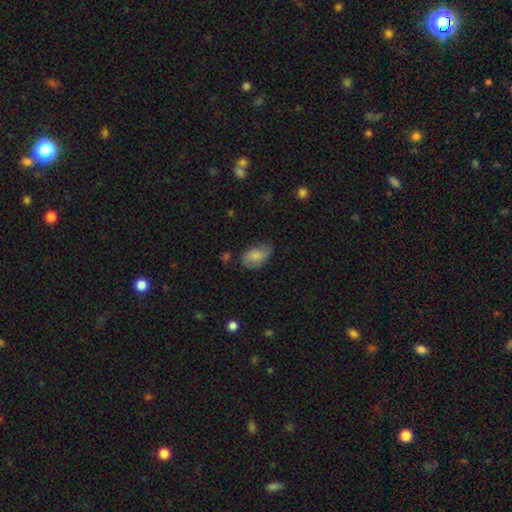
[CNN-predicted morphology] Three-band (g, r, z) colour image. It shows a smooth galaxy with no disk features (74%) that is in between round and cigar-shaped (89%). Merging: none (55%).